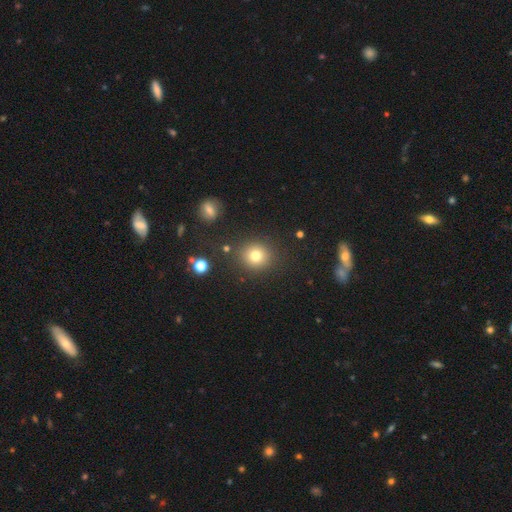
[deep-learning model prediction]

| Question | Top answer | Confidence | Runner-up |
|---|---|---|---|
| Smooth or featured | smooth | 79% | star or artifact (14%) |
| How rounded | round | 87% | in between (12%) |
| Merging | none | 85% | minor disturbance (8%) |